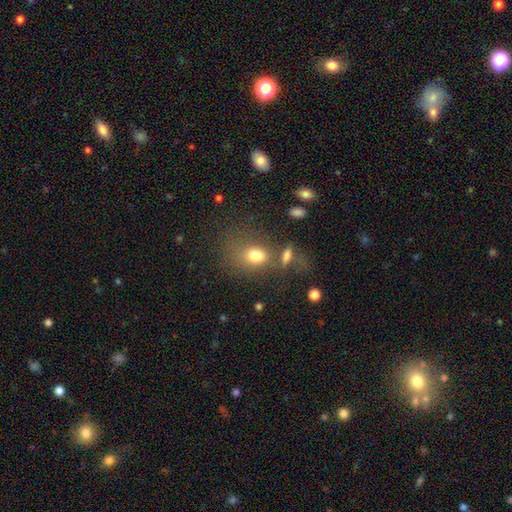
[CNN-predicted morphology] smooth-or-featured: smooth: 74% | star or artifact: 14% | featured or disk: 13%
  how-rounded: in between: 68% | round: 30% | cigar-shaped: 2%
  merging: none: 41% | merger: 29% | minor disturbance: 15% | major disturbance: 14%